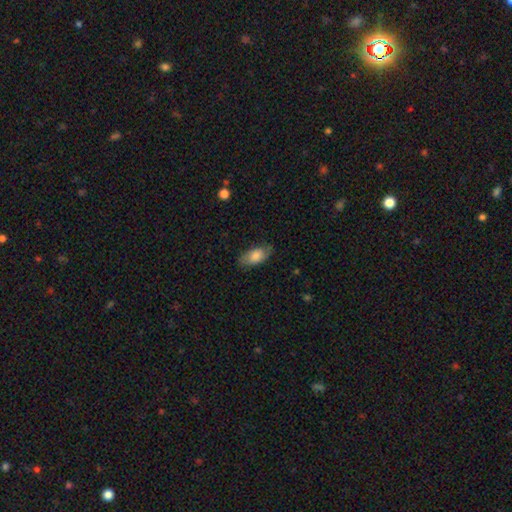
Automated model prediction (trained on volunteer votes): This is likely a smooth galaxy (78%). How rounded: clearly in between (91%). Merging: likely none (74%).